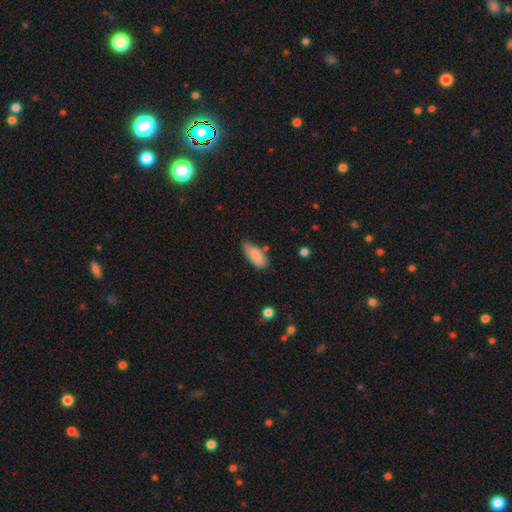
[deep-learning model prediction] The model was most divided on "merging": none: 63%, minor disturbance: 29%, major disturbance: 5%, merger: 4%. More confident: smooth or featured — smooth (87%); how rounded — in between (83%).